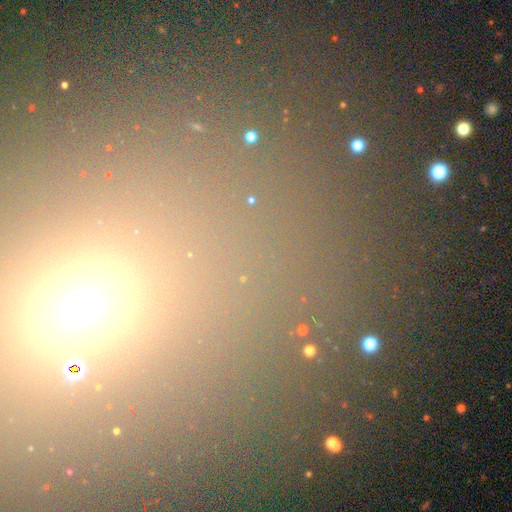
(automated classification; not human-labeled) A star or artifact, not a galaxy (67%).